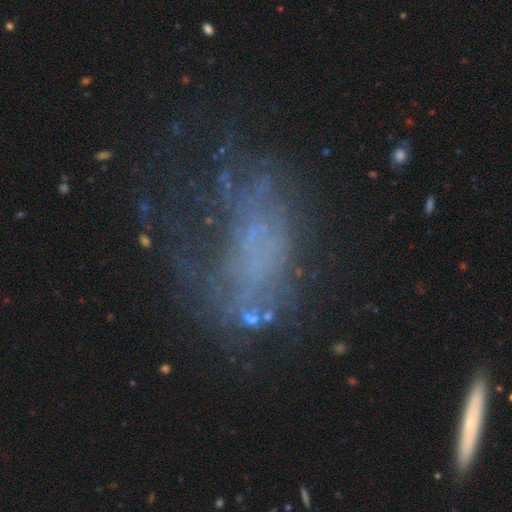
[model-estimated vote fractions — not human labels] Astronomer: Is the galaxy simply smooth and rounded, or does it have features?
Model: featured or disk — 47% (runner-up: smooth, 29%).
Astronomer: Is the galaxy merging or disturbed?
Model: major disturbance — 38% (runner-up: none, 36%).